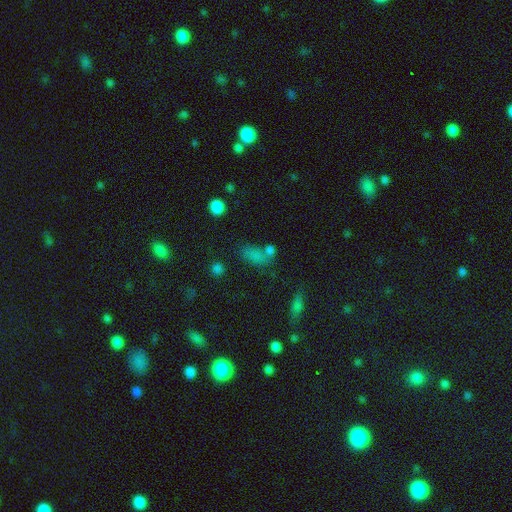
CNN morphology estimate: smooth_or_featured: smooth (p=0.72) [alt: star or artifact p=0.19]
how_rounded: in between (p=0.80) [alt: round p=0.13]
merging: none (p=0.47) [alt: merger p=0.27]